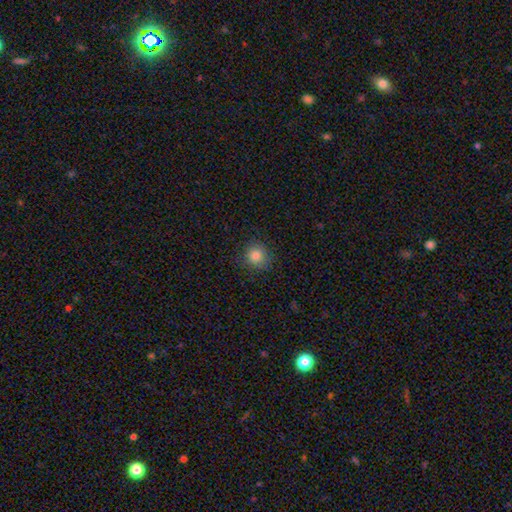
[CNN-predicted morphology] smooth_or_featured: smooth (p=0.84) [alt: star or artifact p=0.11]
how_rounded: round (p=0.89) [alt: in between p=0.10]
merging: none (p=0.85) [alt: minor disturbance p=0.11]